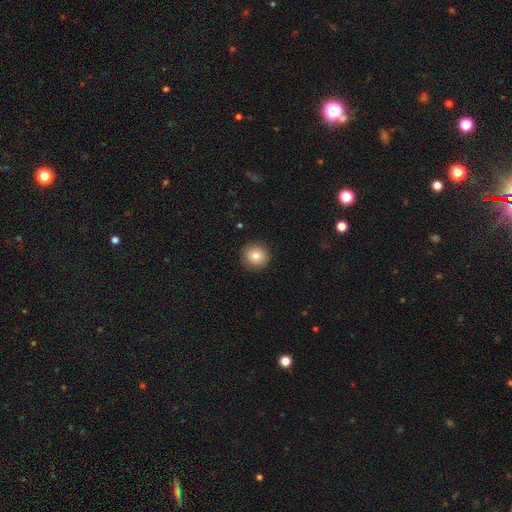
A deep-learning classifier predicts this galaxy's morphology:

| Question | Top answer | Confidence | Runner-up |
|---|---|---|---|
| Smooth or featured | smooth | 82% | star or artifact (9%) |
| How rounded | round | 94% | in between (5%) |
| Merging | none | 91% | minor disturbance (6%) |